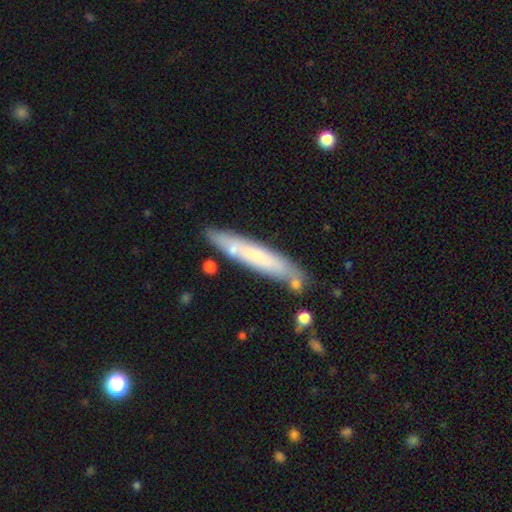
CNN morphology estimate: Overall: smooth (60%; featured or disk 34%). How rounded: cigar-shaped (89%). Merging: none (75%).